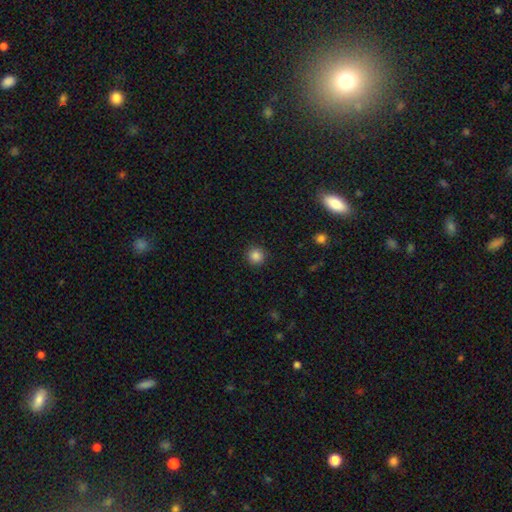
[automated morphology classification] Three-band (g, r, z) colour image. It shows a smooth galaxy with no disk features (85%) that is round (94%). Merging: none (92%).